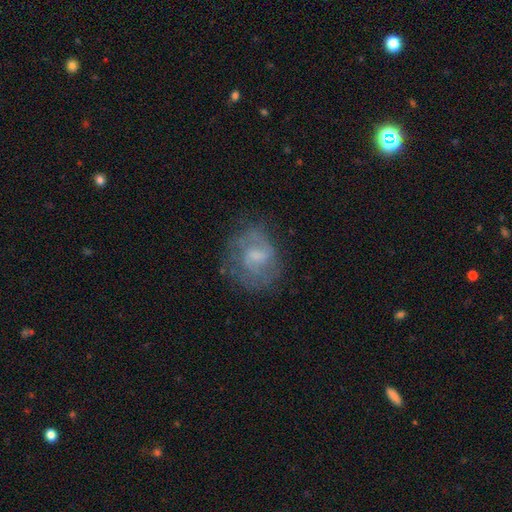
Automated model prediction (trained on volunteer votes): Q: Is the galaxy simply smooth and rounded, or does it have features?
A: featured or disk — 59%.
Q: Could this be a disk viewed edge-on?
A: no — 97%.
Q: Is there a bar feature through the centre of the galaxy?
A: weak — 52%.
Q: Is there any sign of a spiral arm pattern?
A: yes — 70%.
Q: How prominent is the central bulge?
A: small — 38%.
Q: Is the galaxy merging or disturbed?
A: none — 65%.